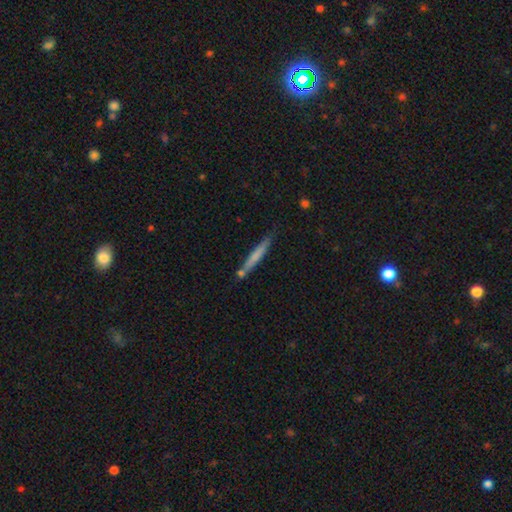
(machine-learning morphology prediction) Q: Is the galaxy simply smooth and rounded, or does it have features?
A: smooth — 64%.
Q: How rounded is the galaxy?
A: cigar-shaped — 95%.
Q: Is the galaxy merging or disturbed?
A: none — 71%.